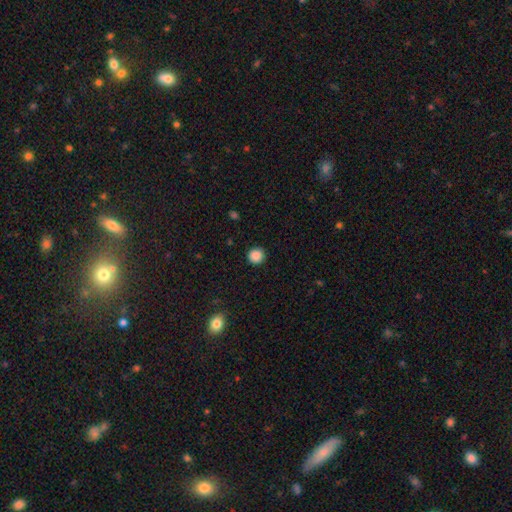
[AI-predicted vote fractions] smooth 88%, star or artifact 10%, featured or disk 2%. Down the decision tree: how rounded — round (94%); merging — none (91%).